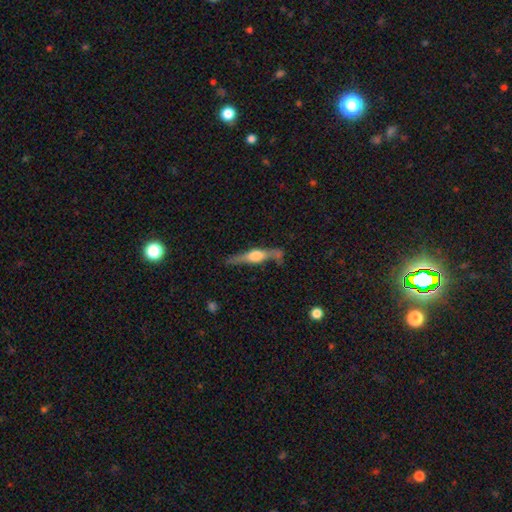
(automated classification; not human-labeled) Smooth or featured?
  - featured or disk: 72% *
  - smooth: 22%
  - star or artifact: 6%
Edge-on disk?
  - yes: 96% *
  - no: 4%
Edge-on bulge?
  - rounded: 90% *
  - boxy: 8%
  - none: 3%
Merging?
  - none: 73% *
  - minor disturbance: 16%
  - merger: 6%
  - major disturbance: 5%